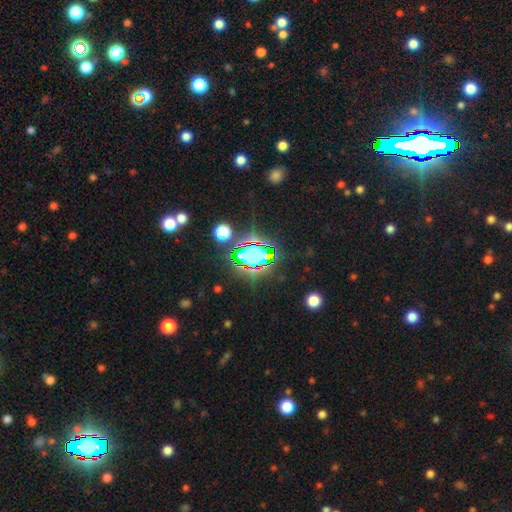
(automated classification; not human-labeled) Smooth or featured? star or artifact (68%)